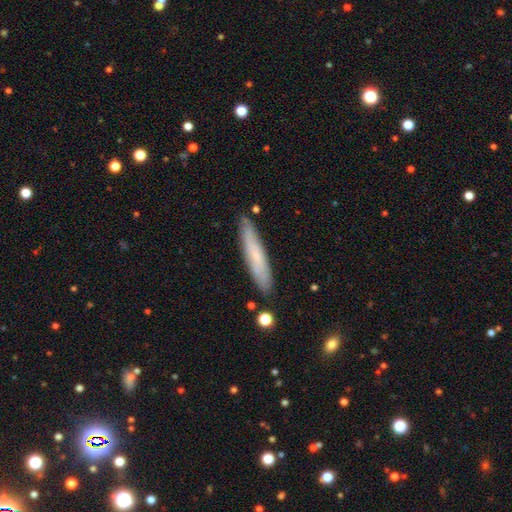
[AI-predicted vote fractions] Smooth or featured? Predicted: smooth (p=0.63). How rounded? Predicted: cigar-shaped (p=0.90). Merging? Predicted: none (p=0.86).